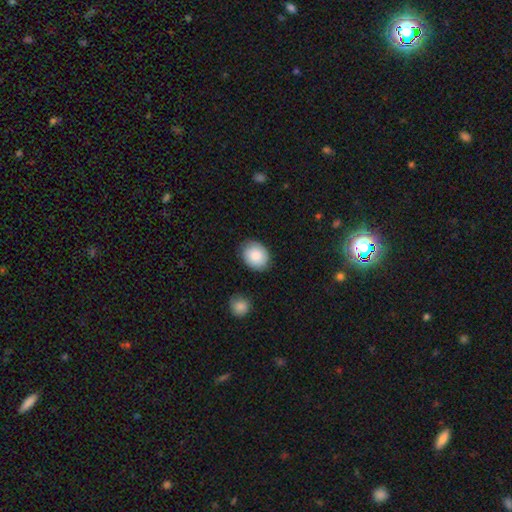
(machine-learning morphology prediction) Smooth or featured? Predicted: smooth (p=0.83). How rounded? Predicted: in between (p=0.52). Merging? Predicted: none (p=0.81).